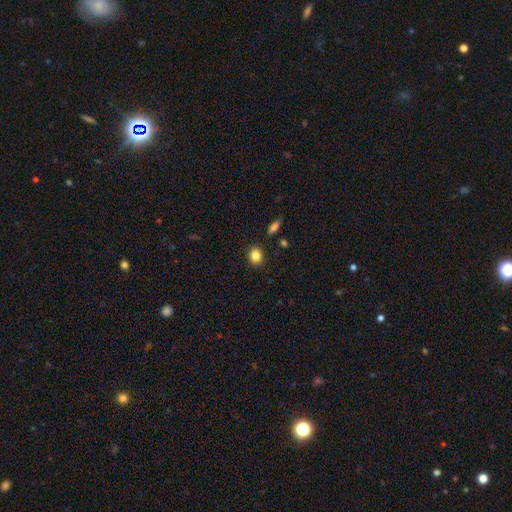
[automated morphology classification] A smooth galaxy with no disk features (84%) that is round (61%).

Vote fractions:
- Smooth or featured? smooth: 84% / star or artifact: 10% / featured or disk: 6%
- How rounded? round: 61% / in between: 38% / cigar-shaped: 1%
- Merging? none: 88% / minor disturbance: 8% / major disturbance: 2% / merger: 2%